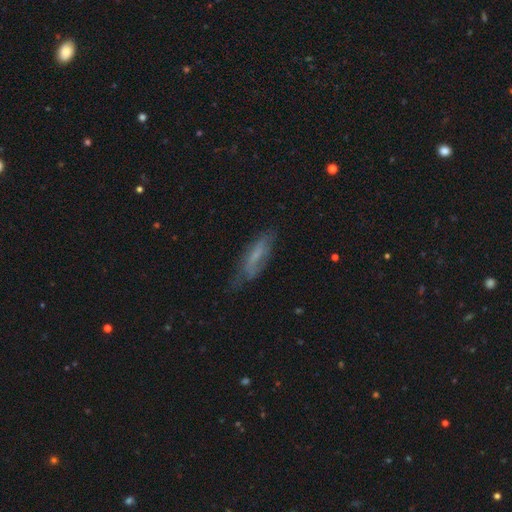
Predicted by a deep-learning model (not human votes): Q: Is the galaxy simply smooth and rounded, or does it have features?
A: smooth — 49%.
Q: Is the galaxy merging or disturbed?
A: none — 58%.